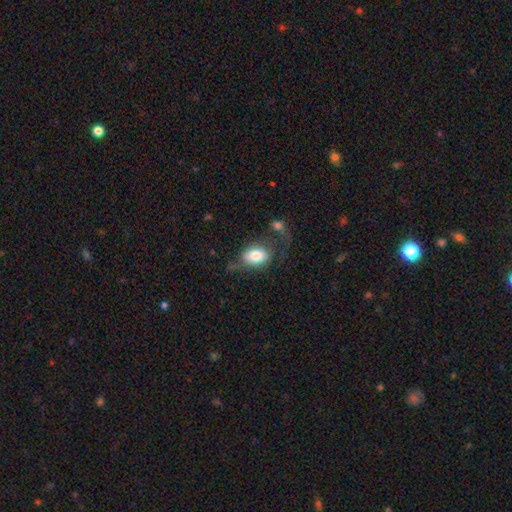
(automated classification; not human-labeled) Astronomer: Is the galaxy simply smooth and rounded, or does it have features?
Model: smooth — 73%.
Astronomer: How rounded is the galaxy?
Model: in between — 81%.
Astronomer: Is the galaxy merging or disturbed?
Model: none — 33% (runner-up: major disturbance, 31%).